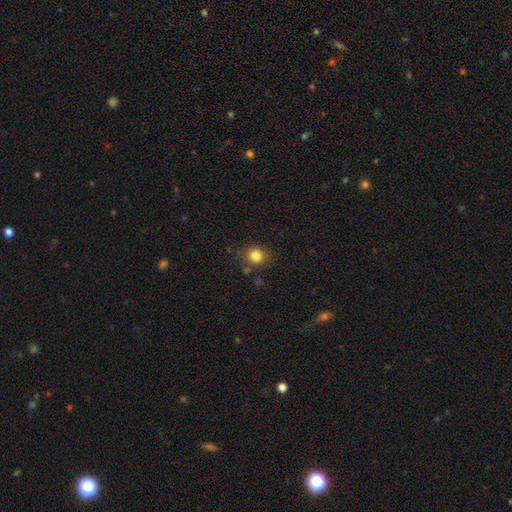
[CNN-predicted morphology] Smooth or featured?
  - smooth: 83% *
  - star or artifact: 11%
  - featured or disk: 6%
How rounded?
  - round: 75% *
  - in between: 24%
  - cigar-shaped: 1%
Merging?
  - none: 80% *
  - minor disturbance: 13%
  - merger: 4%
  - major disturbance: 4%